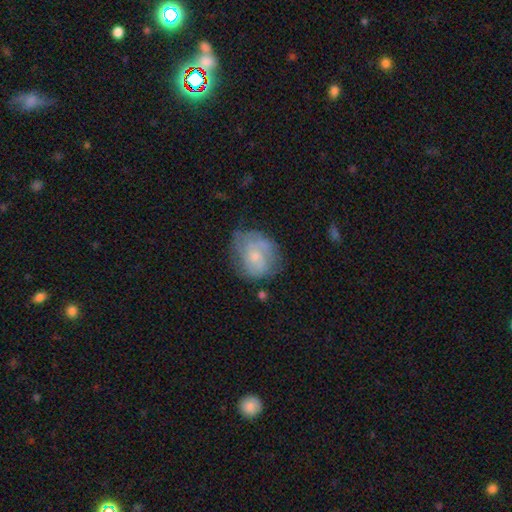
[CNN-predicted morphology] Overall: featured or disk (57%; smooth 35%). Edge-on disk: no (98%). Bar: no (73%). Spiral arms: yes (75%). Bulge size: small (54%; moderate 32%). Merging: none (59%; minor disturbance 26%).